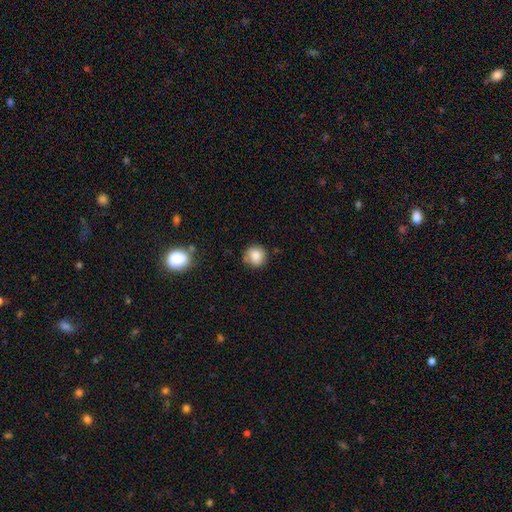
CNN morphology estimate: The model was most divided on "merging": none: 71%, minor disturbance: 21%, major disturbance: 5%, merger: 3%. More confident: how rounded — round (88%); smooth or featured — smooth (82%).